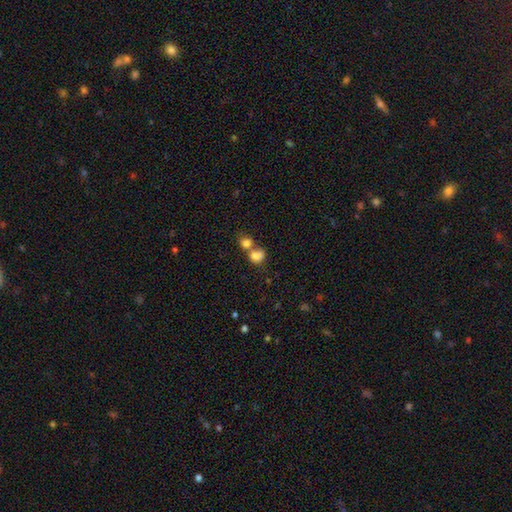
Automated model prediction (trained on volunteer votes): smooth-or-featured: smooth: 80% | star or artifact: 10% | featured or disk: 10%
  how-rounded: round: 63% | in between: 36% | cigar-shaped: 1%
  merging: merger: 59% | none: 29% | minor disturbance: 8% | major disturbance: 5%